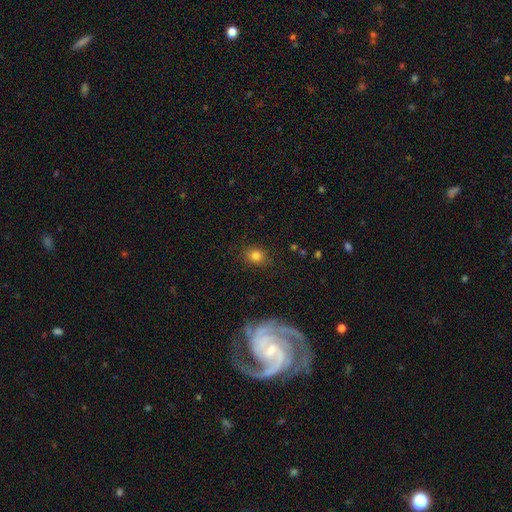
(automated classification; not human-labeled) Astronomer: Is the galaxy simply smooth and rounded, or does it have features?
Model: smooth — 82%.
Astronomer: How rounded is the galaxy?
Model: round — 59% (runner-up: in between, 39%).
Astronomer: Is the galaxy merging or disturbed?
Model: none — 85%.